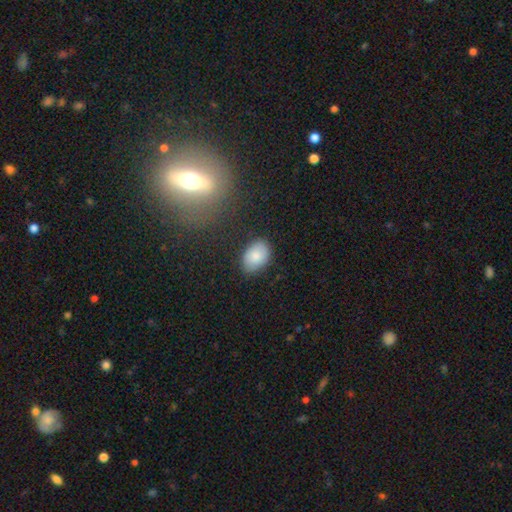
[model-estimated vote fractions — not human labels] This appears to be a smooth galaxy with no disk features (84%) that is in between round and cigar-shaped (84%). Merging: none (82%).